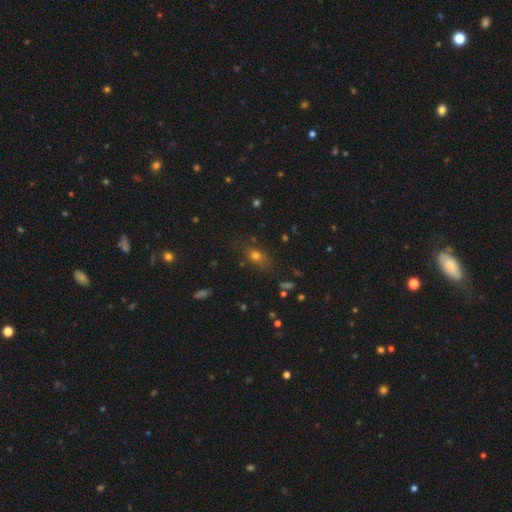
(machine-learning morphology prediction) This appears to be a smooth galaxy with no disk features (70%) that is in between round and cigar-shaped (63%). Merging: none (67%).